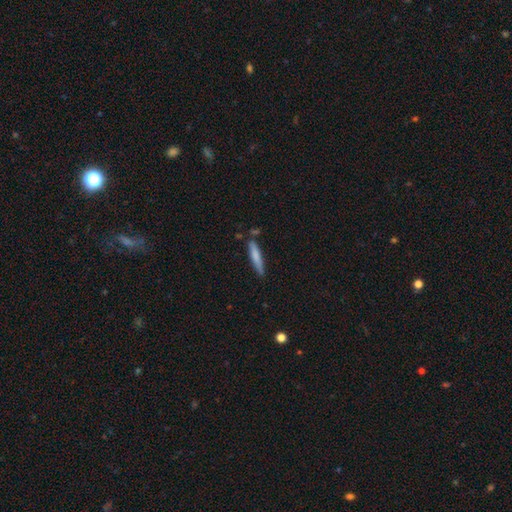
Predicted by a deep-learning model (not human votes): smooth_or_featured: smooth (p=0.72) [alt: featured or disk p=0.23]
how_rounded: cigar-shaped (p=0.90) [alt: in between p=0.08]
merging: none (p=0.73) [alt: minor disturbance p=0.18]